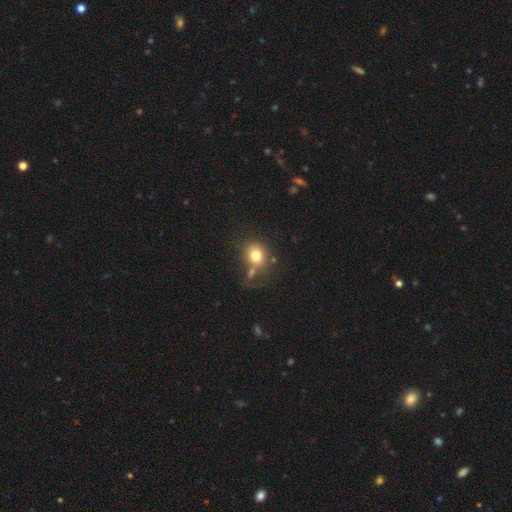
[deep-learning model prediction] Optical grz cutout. It shows a smooth galaxy with no disk features (77%) that is round (71%). Merging: none (54%).